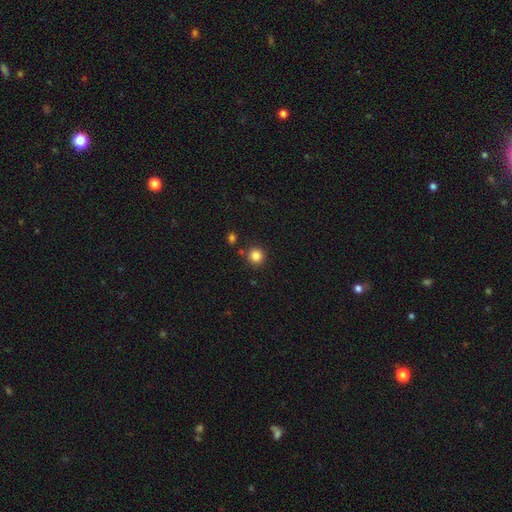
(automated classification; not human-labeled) A smooth galaxy with no disk features (84%) that is round (93%).

Vote fractions:
- Smooth or featured? smooth: 84% / star or artifact: 11% / featured or disk: 4%
- How rounded? round: 93% / in between: 6% / cigar-shaped: 1%
- Merging? none: 85% / minor disturbance: 7% / merger: 6% / major disturbance: 3%